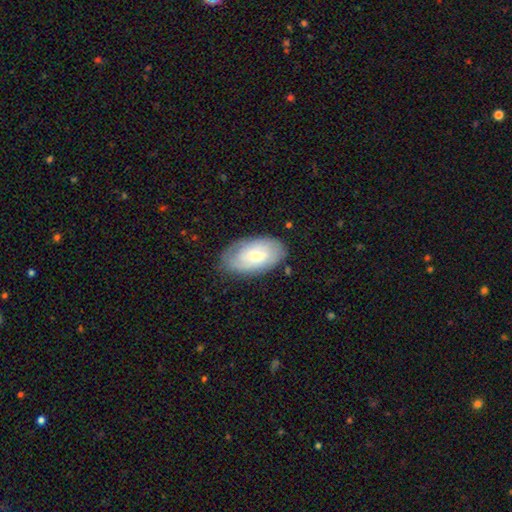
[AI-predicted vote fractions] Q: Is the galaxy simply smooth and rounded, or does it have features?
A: smooth — 49%.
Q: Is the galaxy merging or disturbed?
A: none — 77%.